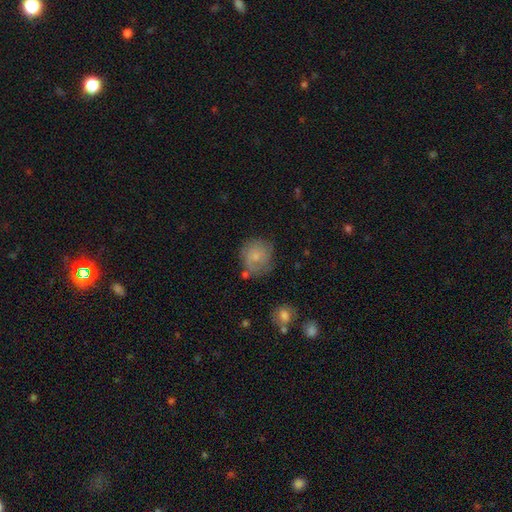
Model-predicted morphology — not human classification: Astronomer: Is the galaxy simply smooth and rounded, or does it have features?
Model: smooth — 61%.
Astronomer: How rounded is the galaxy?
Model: round — 84%.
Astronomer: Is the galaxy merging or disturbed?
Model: none — 61%.